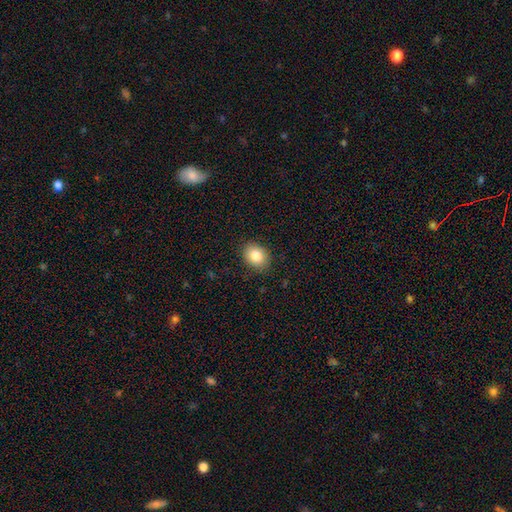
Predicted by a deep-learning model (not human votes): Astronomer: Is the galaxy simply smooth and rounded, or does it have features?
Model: smooth — 85%.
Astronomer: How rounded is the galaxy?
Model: in between — 57% (runner-up: round, 42%).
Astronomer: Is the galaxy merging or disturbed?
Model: none — 87%.